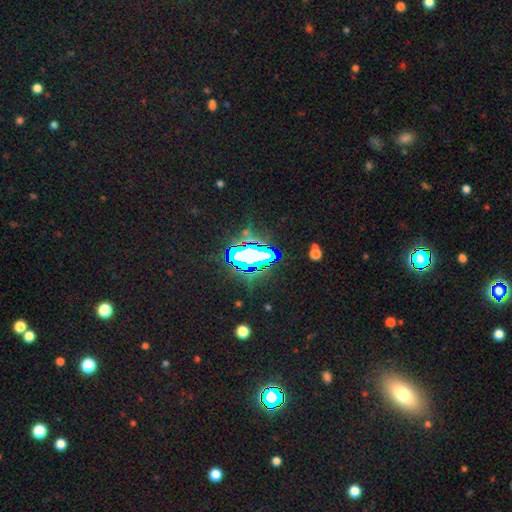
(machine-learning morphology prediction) Smooth or featured? star or artifact (68%)